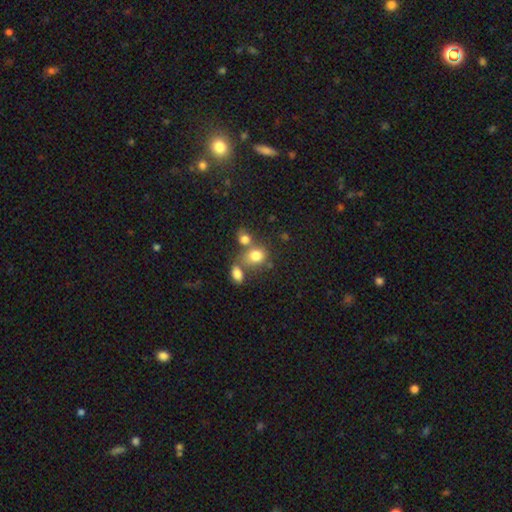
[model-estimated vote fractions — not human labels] Morphology: type=smooth (78%); roundness=round (50%); merging=none (41%).